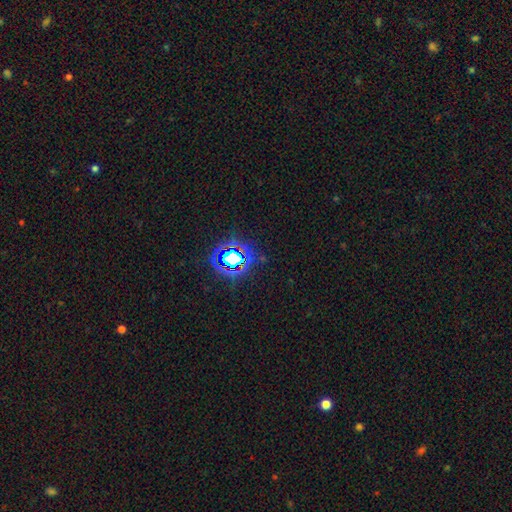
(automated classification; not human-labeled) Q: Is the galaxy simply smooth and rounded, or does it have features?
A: star or artifact — 79%.